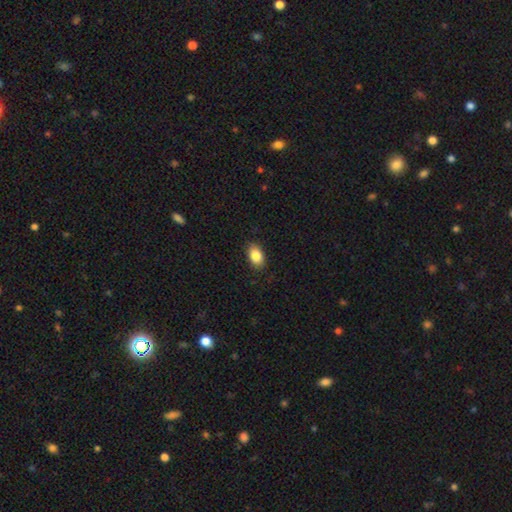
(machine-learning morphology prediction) The model was most divided on "how rounded": in between: 86%, round: 12%, cigar-shaped: 1%. More confident: merging — none (87%); smooth or featured — smooth (87%).